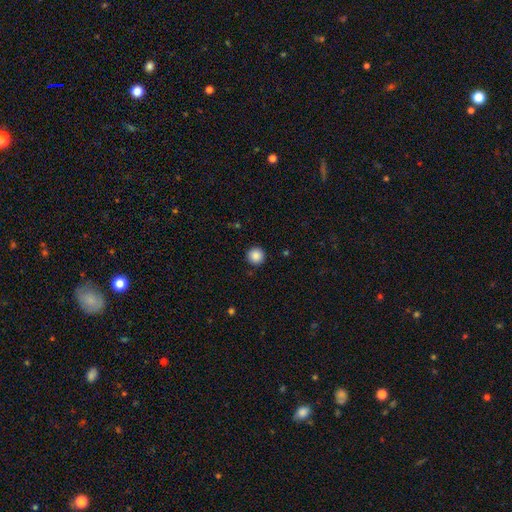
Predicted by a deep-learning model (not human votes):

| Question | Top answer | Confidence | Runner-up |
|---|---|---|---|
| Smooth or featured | smooth | 87% | star or artifact (9%) |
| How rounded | round | 96% | in between (3%) |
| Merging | none | 92% | minor disturbance (5%) |